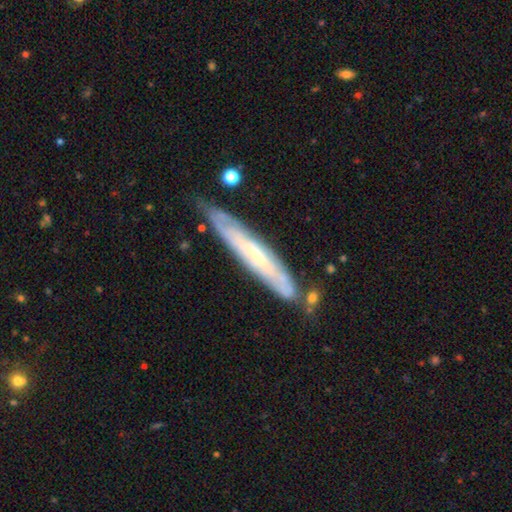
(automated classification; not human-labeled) Smooth or featured?
  - featured or disk: 67% *
  - smooth: 27%
  - star or artifact: 6%
Edge-on disk?
  - yes: 60% *
  - no: 40%
Merging?
  - none: 72% *
  - minor disturbance: 19%
  - merger: 5%
  - major disturbance: 4%